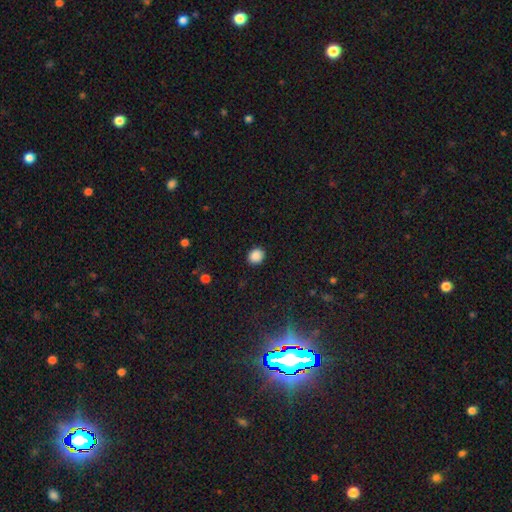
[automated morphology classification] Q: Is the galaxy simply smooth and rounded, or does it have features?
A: smooth — 88%.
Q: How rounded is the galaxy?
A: round — 68%.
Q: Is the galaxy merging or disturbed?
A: none — 90%.